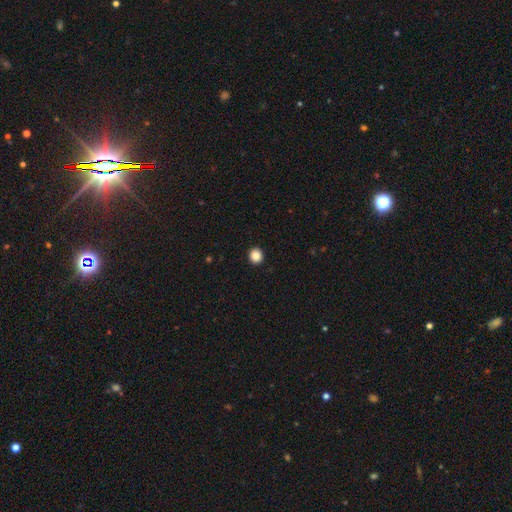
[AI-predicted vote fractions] This appears to be a smooth galaxy with no disk features (87%) that is round (90%). Merging: none (94%).